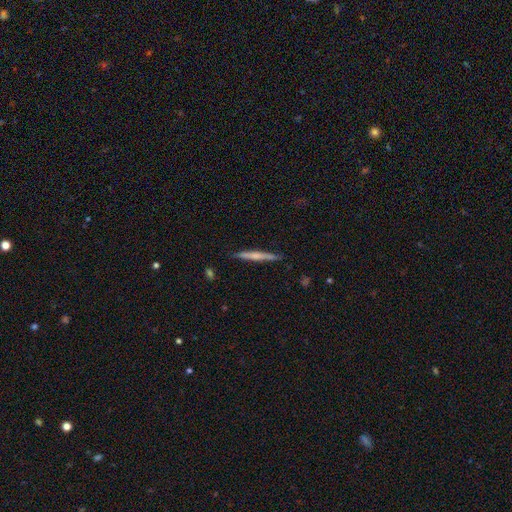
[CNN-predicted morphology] type=featured or disk (50%); merging=none (88%).